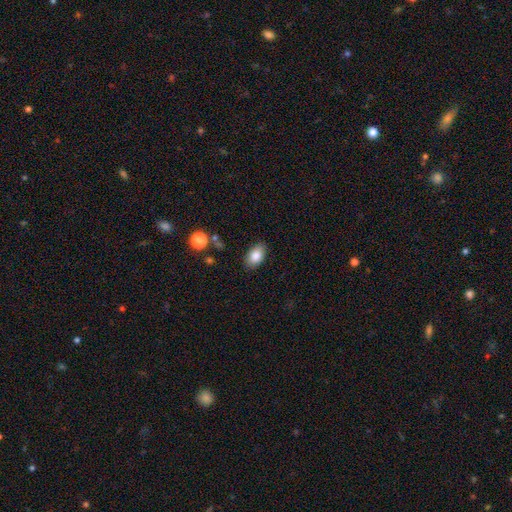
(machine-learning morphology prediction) Smooth or featured? Predicted: smooth (p=0.84). How rounded? Predicted: in between (p=0.91). Merging? Predicted: none (p=0.85).